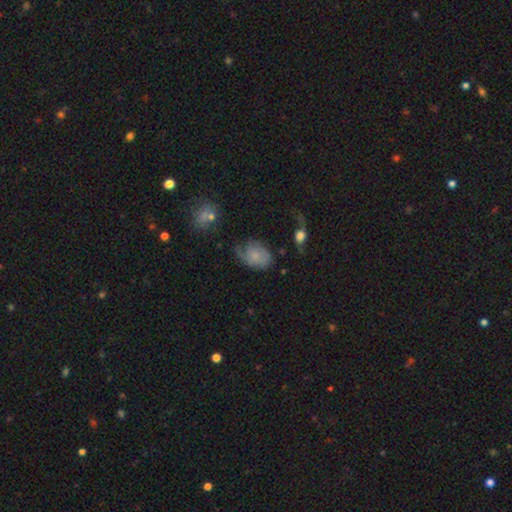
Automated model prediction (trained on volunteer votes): Smooth or featured? Predicted: smooth (p=0.46). Merging? Predicted: none (p=0.43).